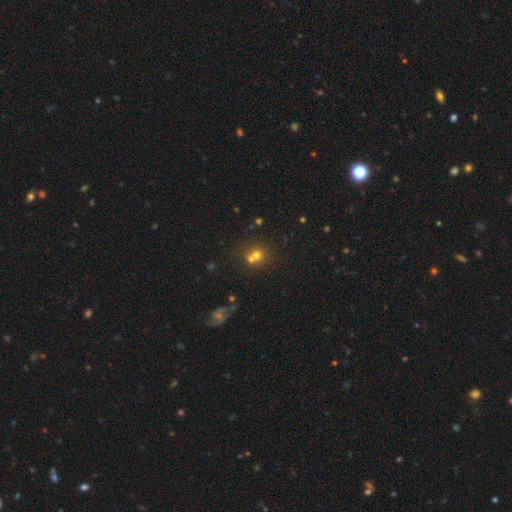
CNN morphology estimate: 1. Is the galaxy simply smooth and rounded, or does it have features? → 64% smooth, 21% star or artifact, 15% featured or disk.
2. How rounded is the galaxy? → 84% round, 15% in between, 1% cigar-shaped.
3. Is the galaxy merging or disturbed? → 47% none, 43% merger, 7% minor disturbance, 3% major disturbance.